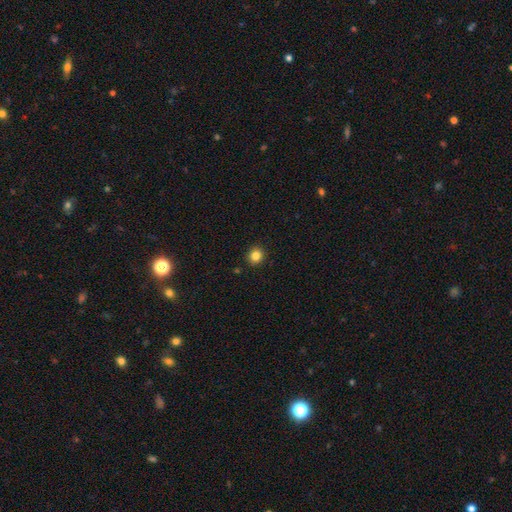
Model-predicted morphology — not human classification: smooth_or_featured: smooth (p=0.84) [alt: star or artifact p=0.12]
how_rounded: round (p=0.87) [alt: in between p=0.12]
merging: none (p=0.92) [alt: minor disturbance p=0.05]